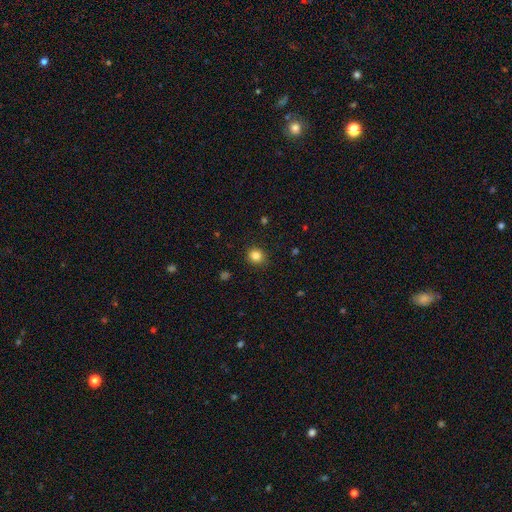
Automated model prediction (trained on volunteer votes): Overall: smooth (84%). How rounded: round (84%). Merging: none (89%).